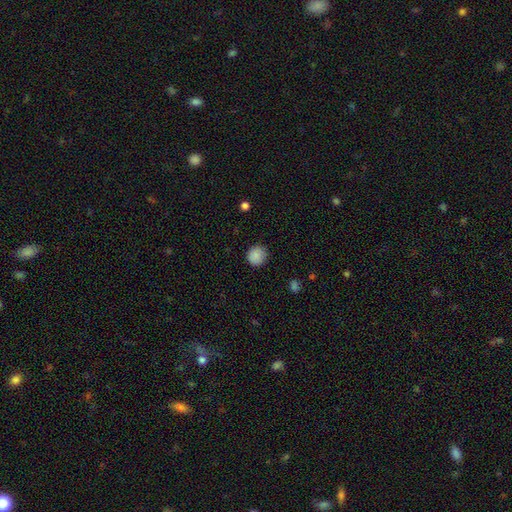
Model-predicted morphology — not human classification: smooth_or_featured: smooth (p=0.88) [alt: star or artifact p=0.09]
how_rounded: round (p=0.88) [alt: in between p=0.11]
merging: none (p=0.86) [alt: minor disturbance p=0.11]